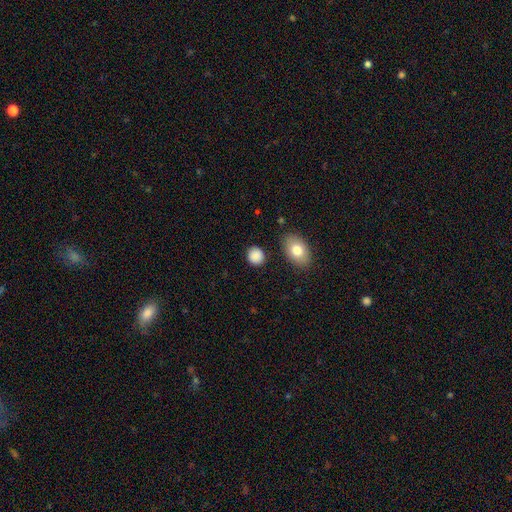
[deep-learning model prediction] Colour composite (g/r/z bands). It shows a smooth galaxy with no disk features (88%) that is round (77%). Merging: none (86%).